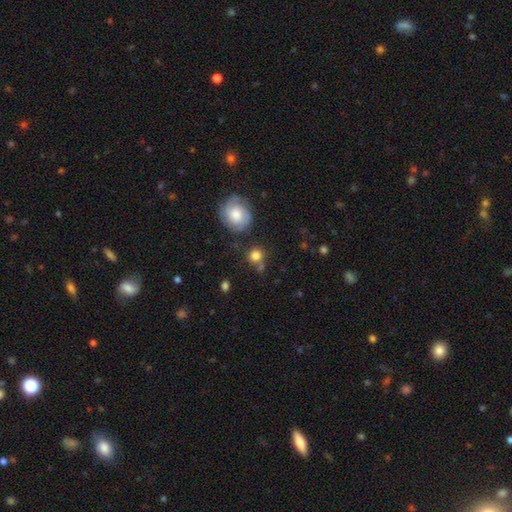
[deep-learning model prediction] smooth 78%, featured or disk 12%, star or artifact 10%. Down the decision tree: how rounded — round (88%); merging — none (63%).